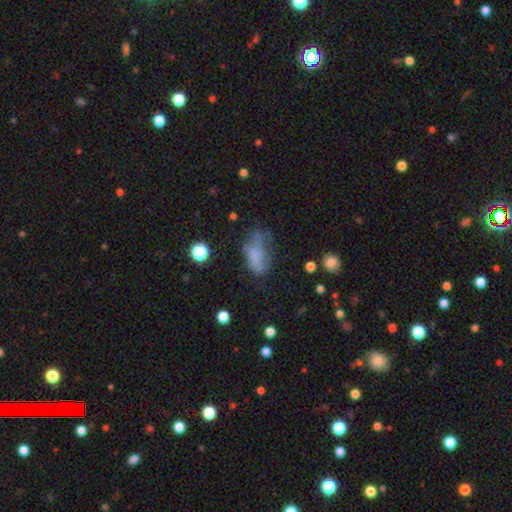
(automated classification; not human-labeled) smooth-or-featured: smooth: 58% | featured or disk: 28% | star or artifact: 14%
  how-rounded: in between: 87% | round: 7% | cigar-shaped: 6%
  merging: none: 35% | major disturbance: 31% | minor disturbance: 30% | merger: 5%